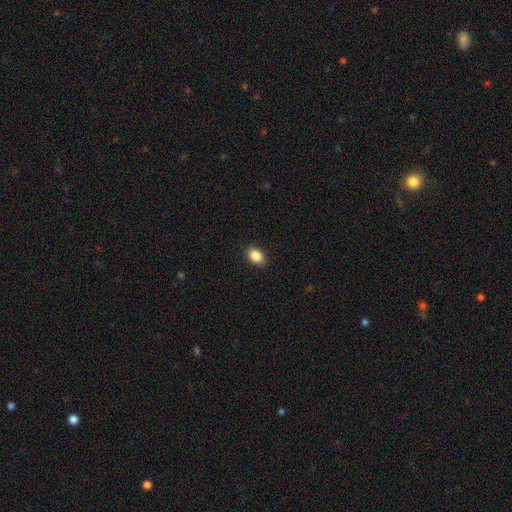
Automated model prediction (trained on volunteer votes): Morphology: type=smooth (88%); roundness=in between (81%); merging=none (90%).